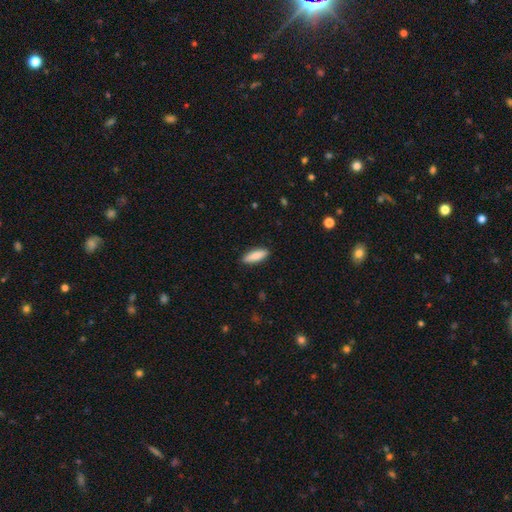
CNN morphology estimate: This appears to be a smooth galaxy with no disk features (86%) that is in between round and cigar-shaped (54%). Merging: none (89%).